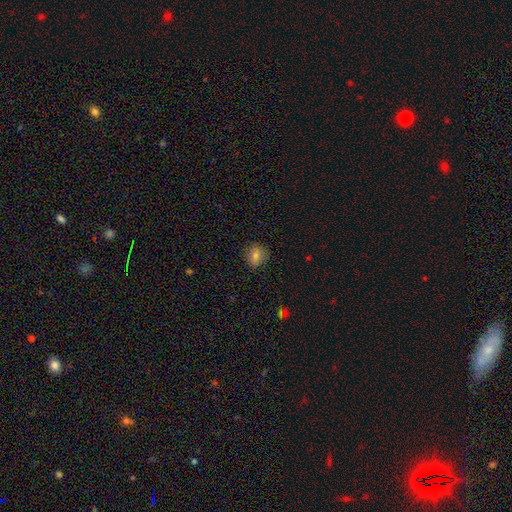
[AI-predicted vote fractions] Overall: smooth (70%). How rounded: round (72%). Merging: none (85%).